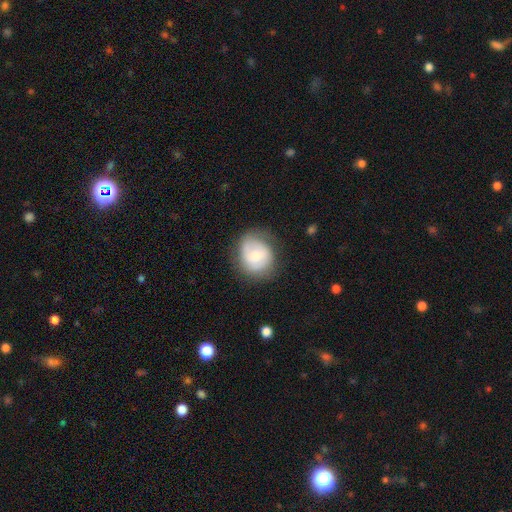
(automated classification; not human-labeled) This is possibly a smooth galaxy (58%). How rounded: likely round (70%). Merging: likely none (61%).